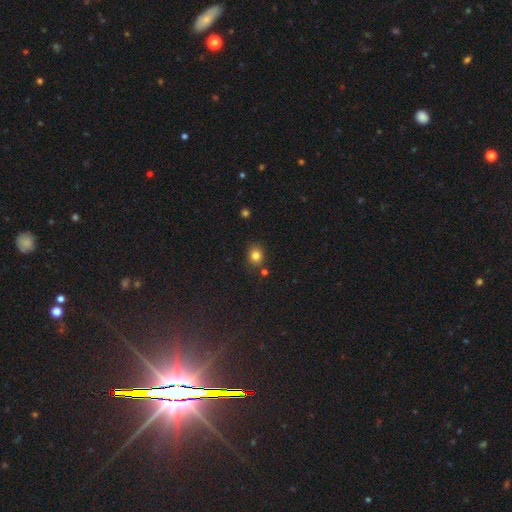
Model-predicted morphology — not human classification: smooth 81%, star or artifact 13%, featured or disk 6%. Down the decision tree: how rounded — round (74%); merging — none (80%).